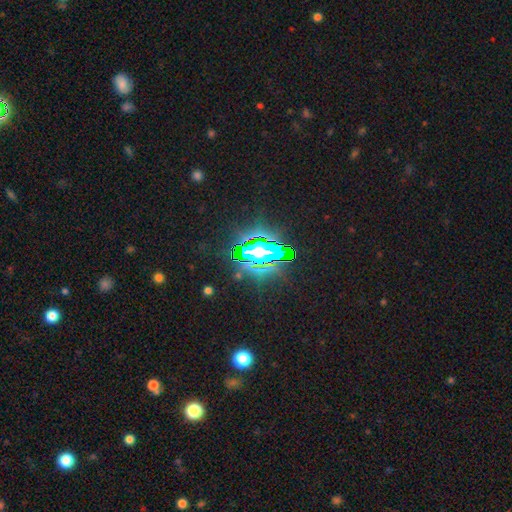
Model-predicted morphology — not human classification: The model was most divided on "smooth or featured": star or artifact: 83%, smooth: 10%, featured or disk: 8%.